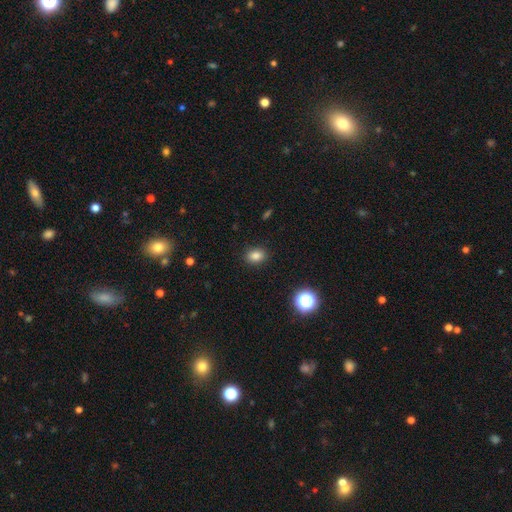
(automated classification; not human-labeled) smooth_or_featured: smooth (p=0.83) [alt: star or artifact p=0.12]
how_rounded: in between (p=0.61) [alt: round p=0.37]
merging: none (p=0.89) [alt: minor disturbance p=0.08]